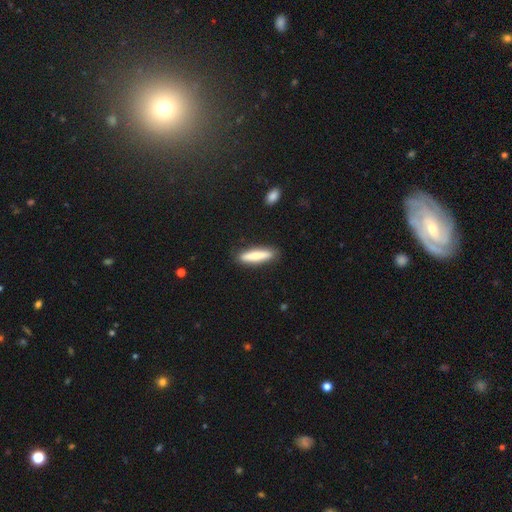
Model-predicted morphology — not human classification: Overall: smooth (74%). How rounded: cigar-shaped (84%). Merging: none (88%).